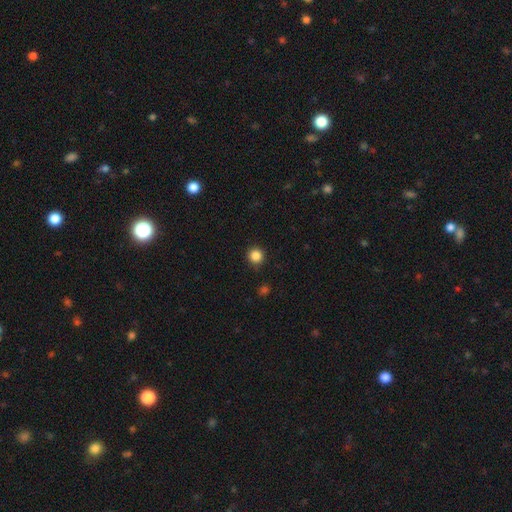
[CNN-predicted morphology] smooth 85%, star or artifact 12%, featured or disk 3%. Down the decision tree: how rounded — round (95%); merging — none (91%).